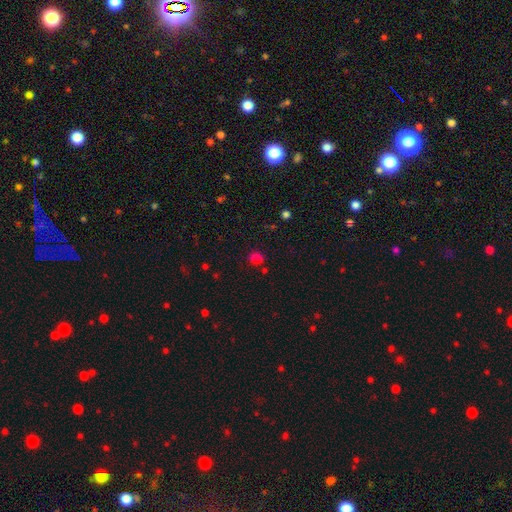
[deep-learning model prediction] A smooth galaxy with no disk features (65%) that is round (55%). Merging: none (72%).